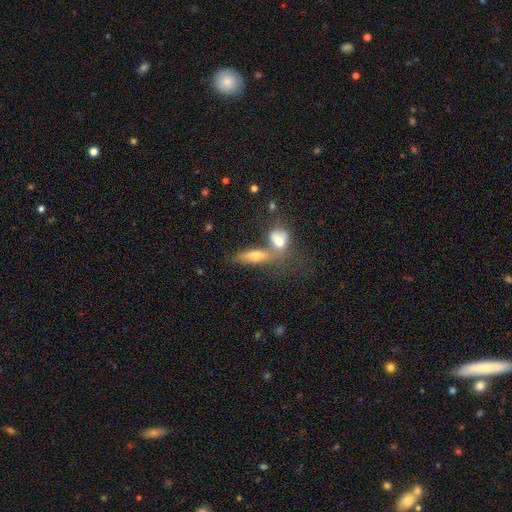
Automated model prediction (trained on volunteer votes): smooth 60%, featured or disk 31%, star or artifact 9%. Down the decision tree: how rounded — in between (59%); merging — merger (45%).